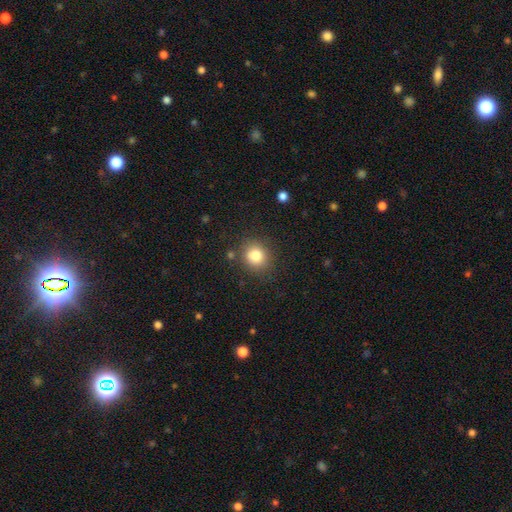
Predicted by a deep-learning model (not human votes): Smooth or featured?
  - smooth: 81% *
  - star or artifact: 11%
  - featured or disk: 7%
How rounded?
  - round: 81% *
  - in between: 18%
  - cigar-shaped: 1%
Merging?
  - none: 84% *
  - minor disturbance: 10%
  - major disturbance: 3%
  - merger: 3%